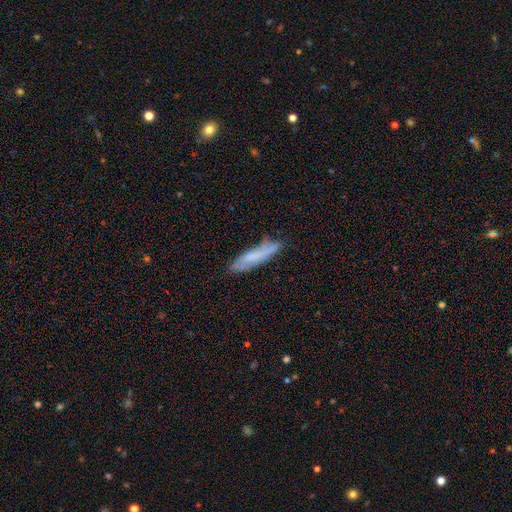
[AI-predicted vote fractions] Morphology: type=smooth (58%); roundness=cigar-shaped (82%); merging=none (73%).